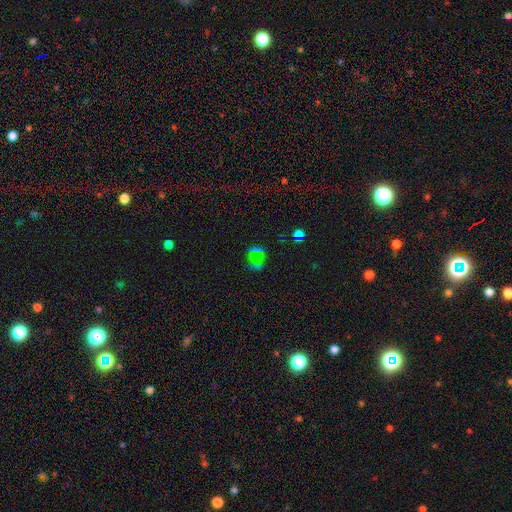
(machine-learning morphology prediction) Smooth or featured? Predicted: star or artifact (p=0.52).